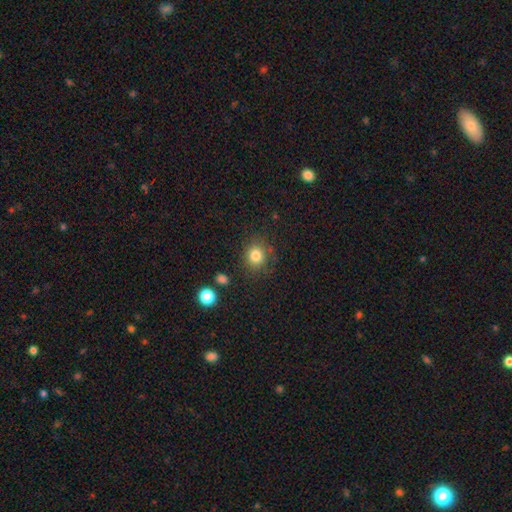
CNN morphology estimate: smooth_or_featured: smooth (p=0.82) [alt: star or artifact p=0.11]
how_rounded: round (p=0.80) [alt: in between p=0.19]
merging: none (p=0.80) [alt: minor disturbance p=0.12]